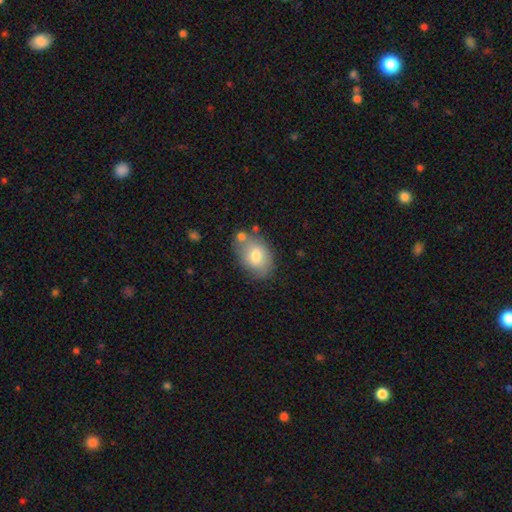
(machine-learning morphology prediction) Smooth or featured? smooth (71%)
How rounded? in between (82%)
Merging? none (62%)